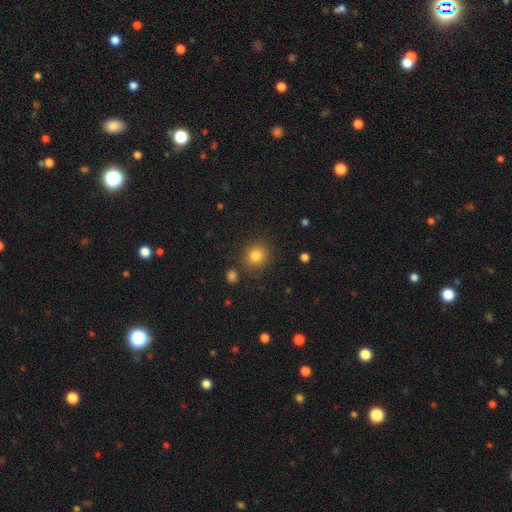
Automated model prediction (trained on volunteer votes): Smooth or featured?
  - smooth: 82% *
  - star or artifact: 12%
  - featured or disk: 6%
How rounded?
  - round: 83% *
  - in between: 16%
  - cigar-shaped: 1%
Merging?
  - none: 84% *
  - minor disturbance: 9%
  - merger: 4%
  - major disturbance: 3%